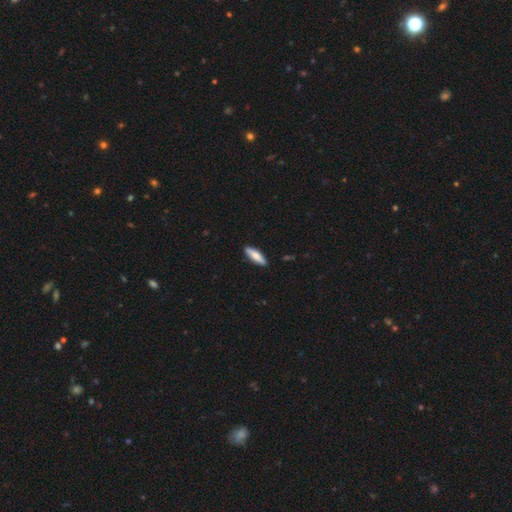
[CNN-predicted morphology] smooth_or_featured: smooth (p=0.73) [alt: featured or disk p=0.21]
how_rounded: cigar-shaped (p=0.63) [alt: in between p=0.36]
merging: none (p=0.89) [alt: minor disturbance p=0.08]